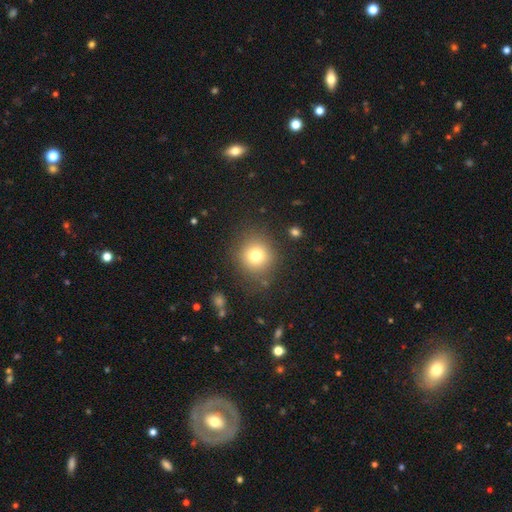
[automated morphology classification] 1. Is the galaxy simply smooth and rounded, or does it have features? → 76% smooth, 14% star or artifact, 11% featured or disk.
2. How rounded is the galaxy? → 88% round, 11% in between, 1% cigar-shaped.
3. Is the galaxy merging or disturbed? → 83% none, 10% minor disturbance, 5% major disturbance, 2% merger.